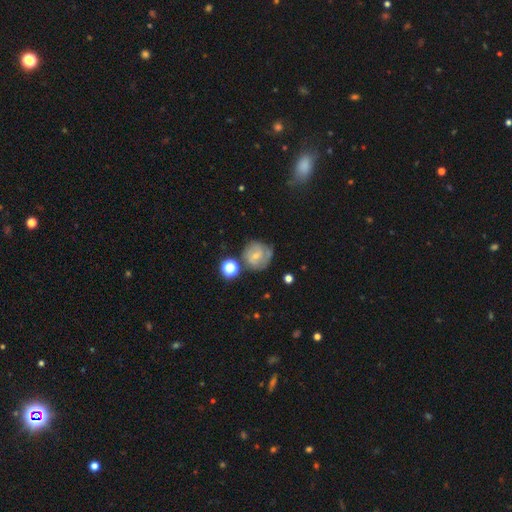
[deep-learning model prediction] Smooth or featured? Predicted: featured or disk (p=0.50). Edge-on disk? Predicted: no (p=0.97). Merging? Predicted: none (p=0.56).